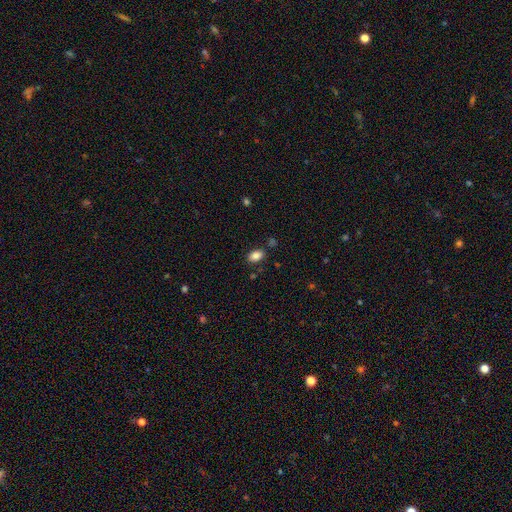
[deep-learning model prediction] This appears to be a smooth galaxy with no disk features (85%) that is in between round and cigar-shaped (88%). Merging: none (82%).